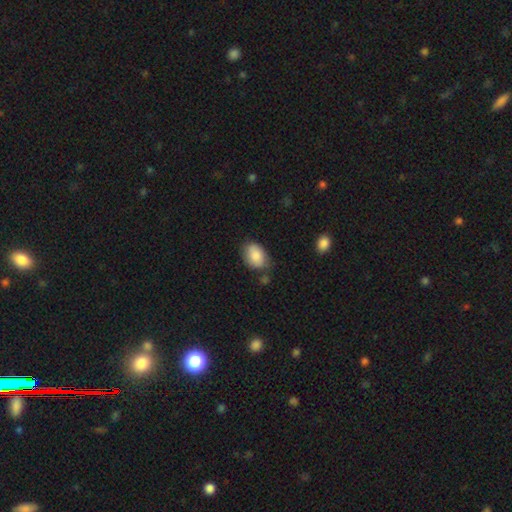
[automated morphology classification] Smooth or featured? smooth (84%)
How rounded? in between (83%)
Merging? none (65%)